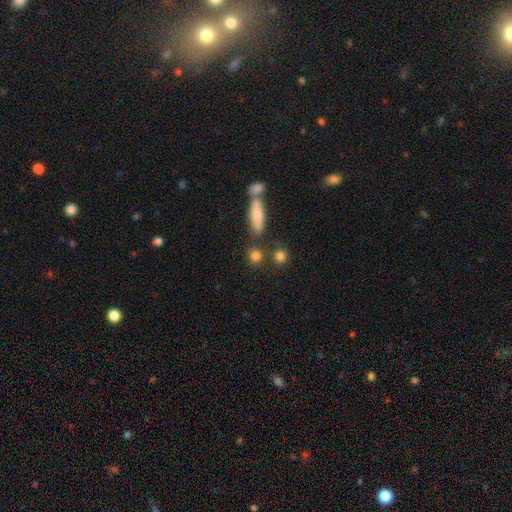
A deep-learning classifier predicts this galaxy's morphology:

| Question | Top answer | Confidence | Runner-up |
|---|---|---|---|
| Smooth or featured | smooth | 80% | star or artifact (11%) |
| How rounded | round | 74% | in between (20%) |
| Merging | none | 68% | merger (18%) |